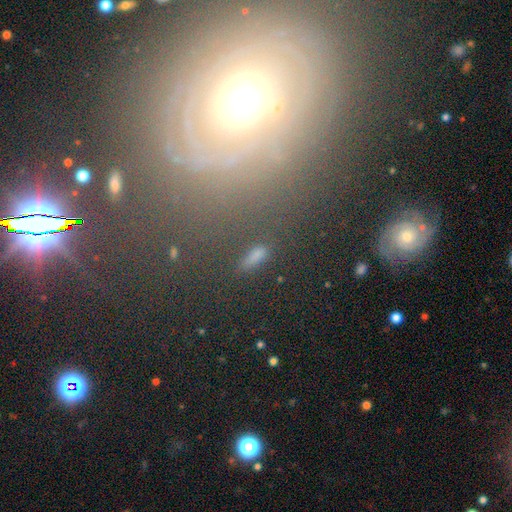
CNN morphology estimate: Smooth or featured? smooth (59%)
How rounded? in between (57%)
Merging? none (72%)